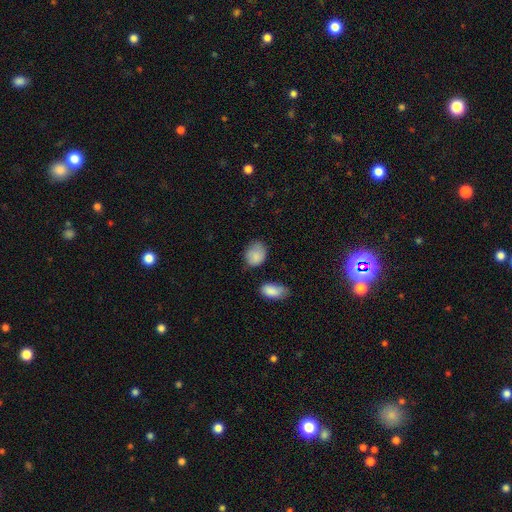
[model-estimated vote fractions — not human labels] smooth_or_featured: smooth (p=0.85) [alt: featured or disk p=0.07]
how_rounded: in between (p=0.62) [alt: round p=0.37]
merging: none (p=0.51) [alt: minor disturbance p=0.35]